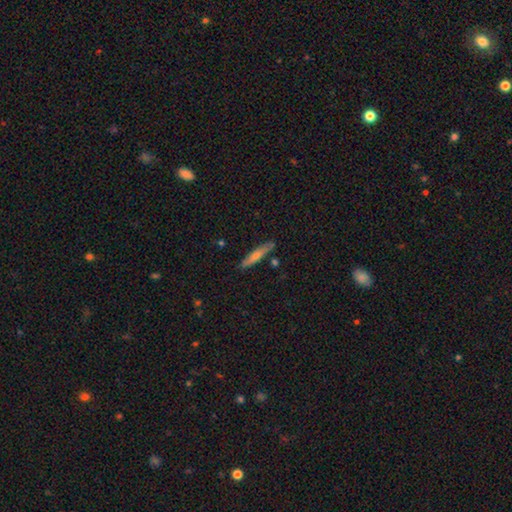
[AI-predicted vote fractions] Smooth or featured? Predicted: smooth (p=0.52). How rounded? Predicted: cigar-shaped (p=0.92). Merging? Predicted: none (p=0.85).